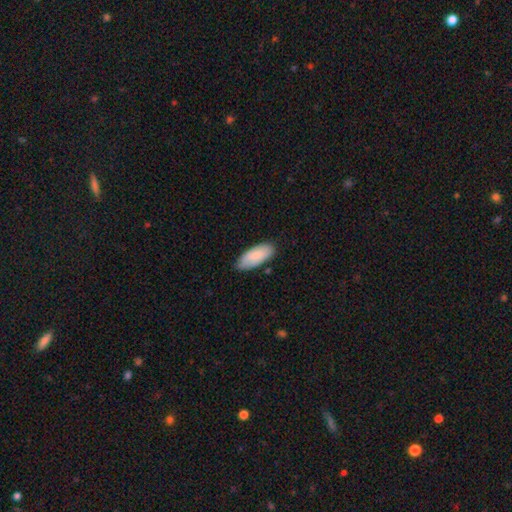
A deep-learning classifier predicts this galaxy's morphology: type=smooth (84%); roundness=in between (85%); merging=none (80%).